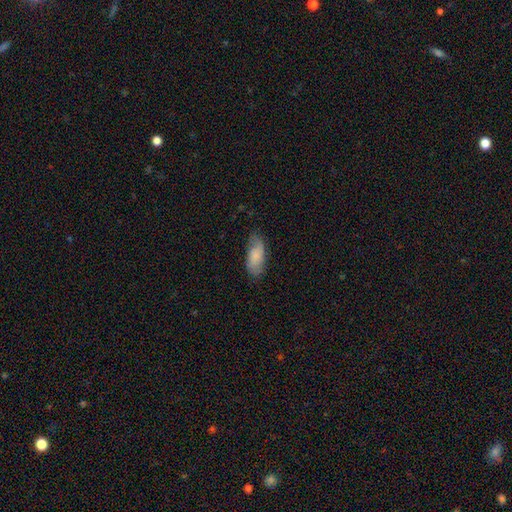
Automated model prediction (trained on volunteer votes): Smooth or featured? smooth (74%)
How rounded? in between (83%)
Merging? none (68%)